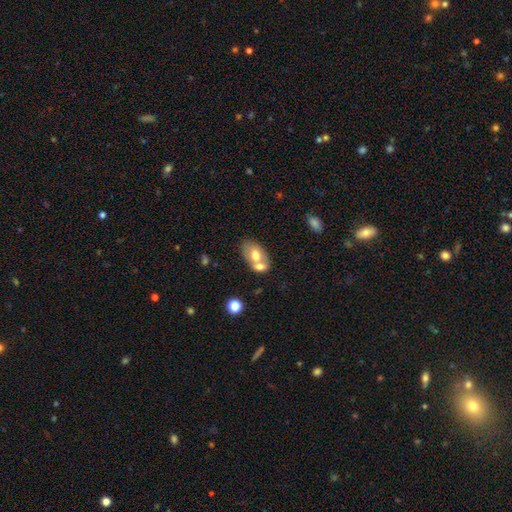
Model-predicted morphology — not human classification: The model was most divided on "merging": merger: 56%, none: 30%, minor disturbance: 10%, major disturbance: 4%. More confident: how rounded — in between (84%); smooth or featured — smooth (66%).